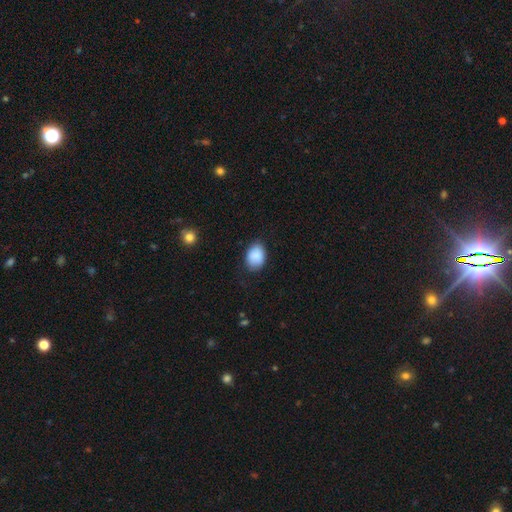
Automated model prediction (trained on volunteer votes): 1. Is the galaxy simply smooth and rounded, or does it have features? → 89% smooth, 7% star or artifact, 4% featured or disk.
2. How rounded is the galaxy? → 74% in between, 25% round, 1% cigar-shaped.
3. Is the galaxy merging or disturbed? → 76% none, 19% minor disturbance, 4% major disturbance, 1% merger.